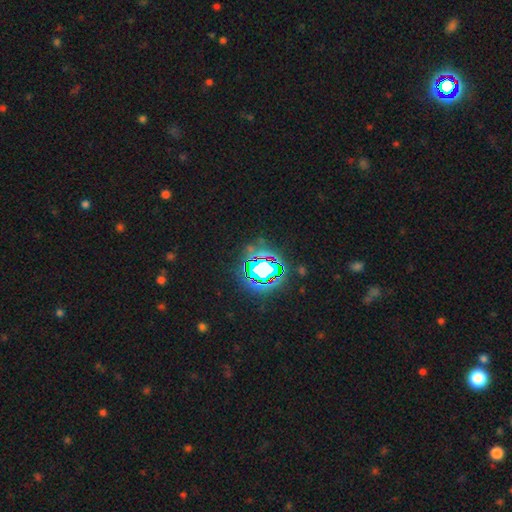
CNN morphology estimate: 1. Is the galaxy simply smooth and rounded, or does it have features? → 80% star or artifact, 12% smooth, 7% featured or disk.